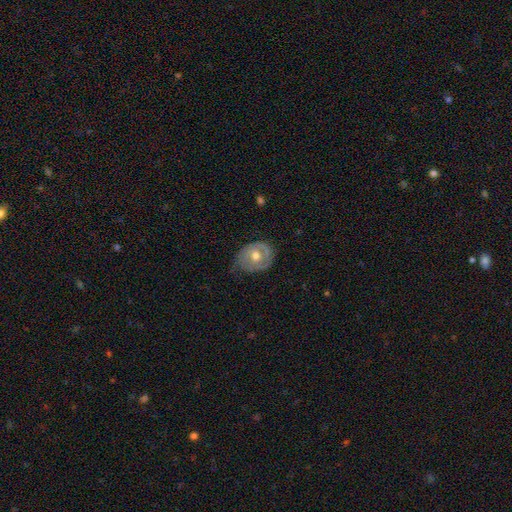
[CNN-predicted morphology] Q: Smooth or featured?
A: featured or disk (55%); runner-up: smooth (38%)
Q: Edge-on disk?
A: no (95%); runner-up: yes (5%)
Q: Bar?
A: no (81%); runner-up: weak (16%)
Q: Spiral arms?
A: yes (51%); runner-up: no (49%)
Q: Bulge size?
A: moderate (78%); runner-up: small (15%)
Q: Merging?
A: none (52%); runner-up: minor disturbance (34%)